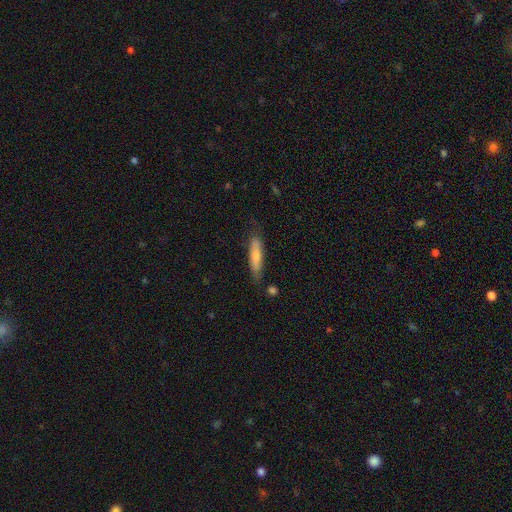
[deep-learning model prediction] Q: Smooth or featured?
A: smooth (59%); runner-up: featured or disk (35%)
Q: How rounded?
A: cigar-shaped (82%); runner-up: in between (16%)
Q: Merging?
A: none (75%); runner-up: minor disturbance (19%)